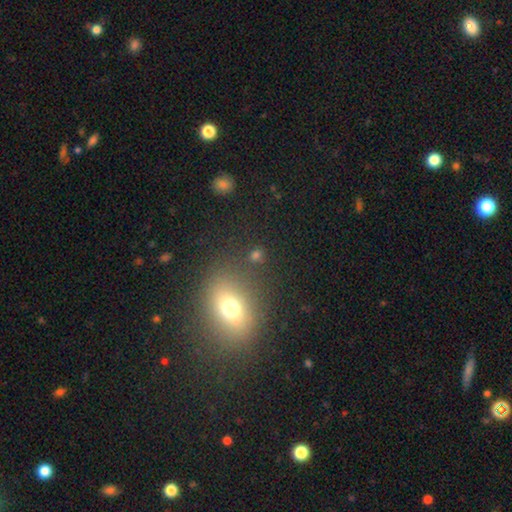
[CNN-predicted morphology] Smooth or featured? Predicted: smooth (p=0.64). How rounded? Predicted: round (p=0.57). Merging? Predicted: none (p=0.76).